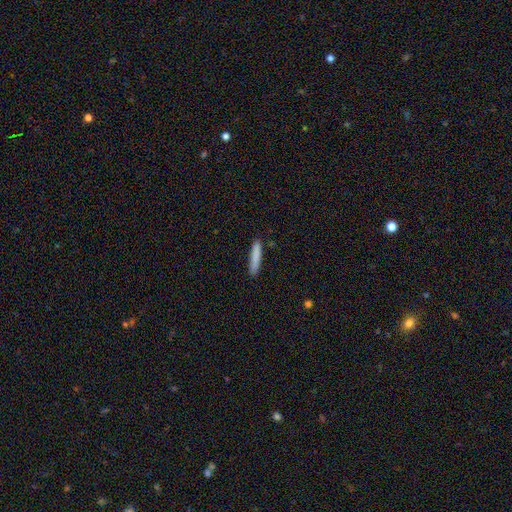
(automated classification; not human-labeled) Overall: smooth (84%). How rounded: cigar-shaped (91%). Merging: none (88%).